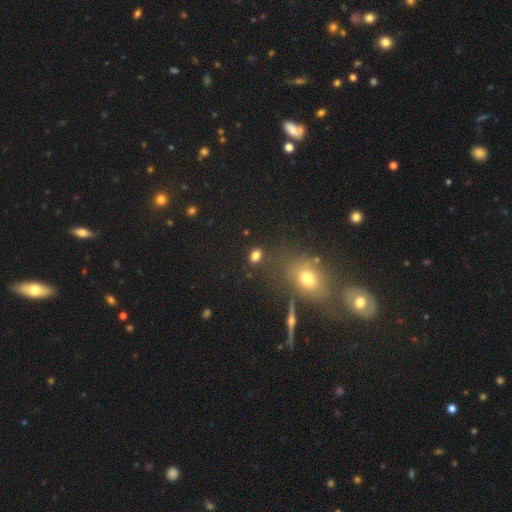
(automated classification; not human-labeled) smooth 78%, star or artifact 15%, featured or disk 7%. Down the decision tree: how rounded — in between (67%); merging — none (77%).